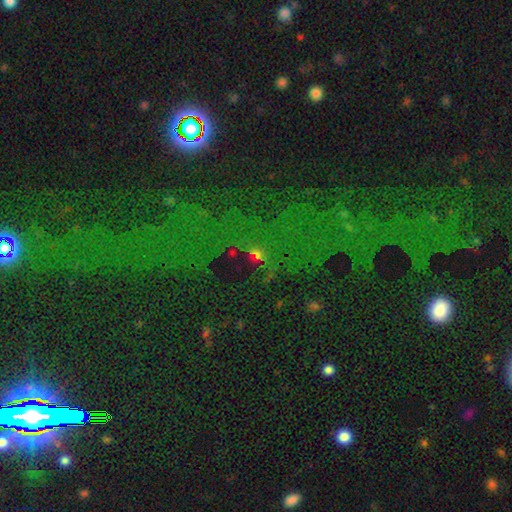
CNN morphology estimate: Smooth or featured? star or artifact (57%)